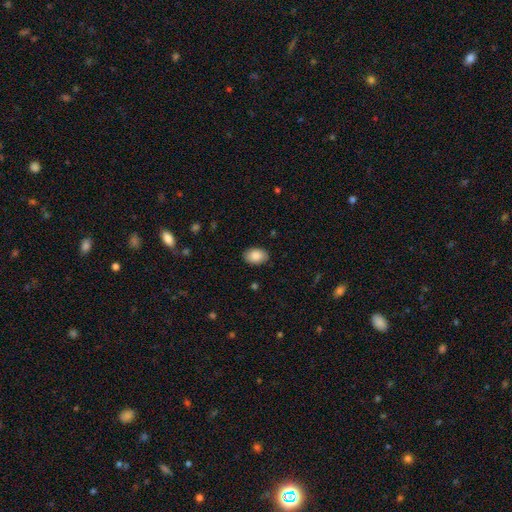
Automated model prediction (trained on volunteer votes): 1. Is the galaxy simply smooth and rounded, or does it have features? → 88% smooth, 7% star or artifact, 5% featured or disk.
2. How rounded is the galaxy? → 87% in between, 12% round, 1% cigar-shaped.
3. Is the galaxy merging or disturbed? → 88% none, 9% minor disturbance, 2% major disturbance, 1% merger.